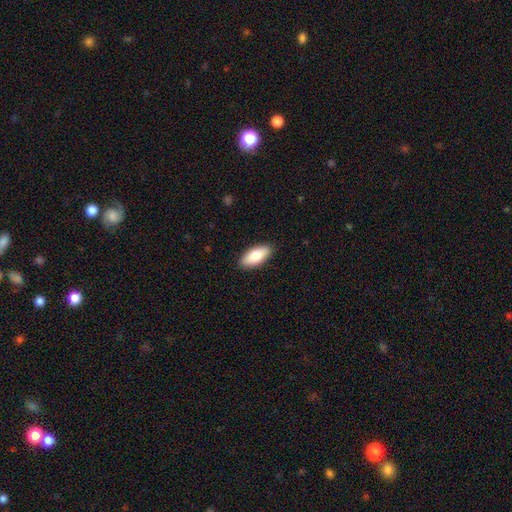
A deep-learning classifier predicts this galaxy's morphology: This appears to be a smooth galaxy with no disk features (79%) that is in between round and cigar-shaped (88%). Merging: none (90%).